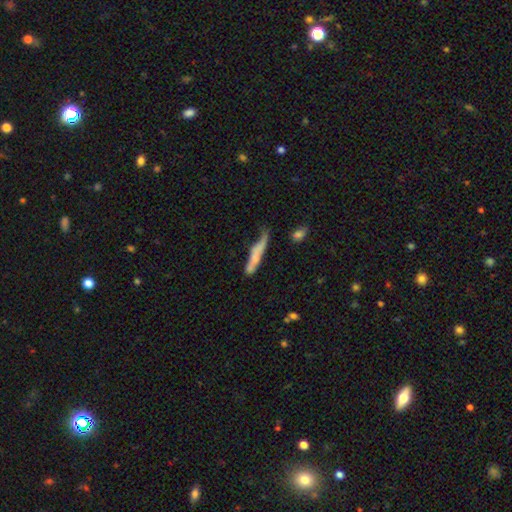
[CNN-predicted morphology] Overall: smooth (58%; featured or disk 35%). How rounded: cigar-shaped (89%). Merging: none (46%; minor disturbance 28%).